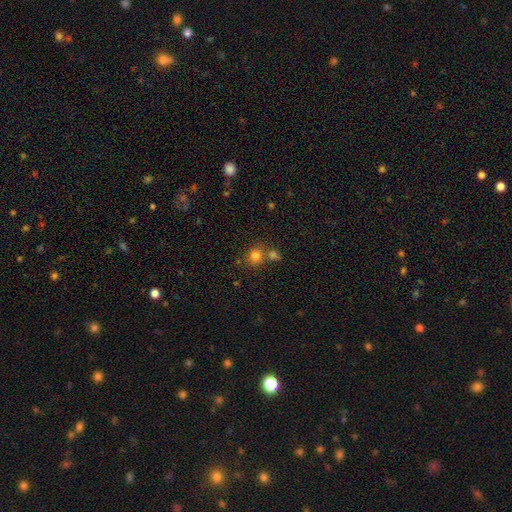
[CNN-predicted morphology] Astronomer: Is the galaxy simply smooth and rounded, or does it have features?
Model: smooth — 80%.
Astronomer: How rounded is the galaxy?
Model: round — 80%.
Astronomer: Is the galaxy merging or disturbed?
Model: none — 63%.